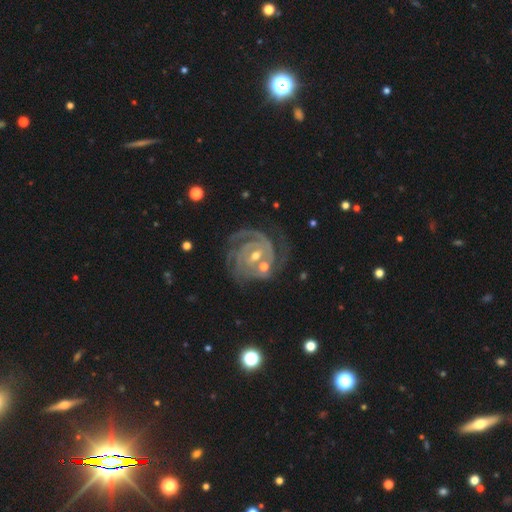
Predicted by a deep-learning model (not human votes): smooth-or-featured: featured or disk: 92% | star or artifact: 5% | smooth: 3%
  disk-edge-on: no: 98% | yes: 2%
    bar: weak: 41% | no: 40% | strong: 20%
    has-spiral-arms: yes: 98% | no: 2%
      spiral-winding: tight: 79% | medium: 19% | loose: 3%
      spiral-arm-count: 3: 36% | 2: 27% | can't tell: 13% | 4: 13% | more than 4: 6% | 1: 6%
    bulge-size: small: 53% | moderate: 43% | none: 2% | large: 2% | dominant: 1%
  merging: none: 65% | minor disturbance: 17% | merger: 10% | major disturbance: 8%